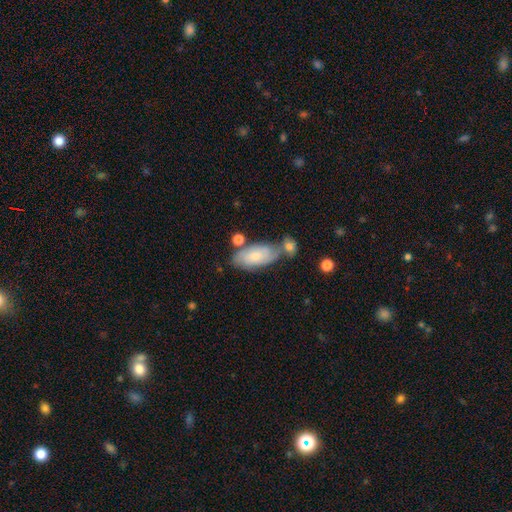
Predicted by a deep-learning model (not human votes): A smooth galaxy with no disk features (63%) that is in between round and cigar-shaped (90%). Merging: none (53%).